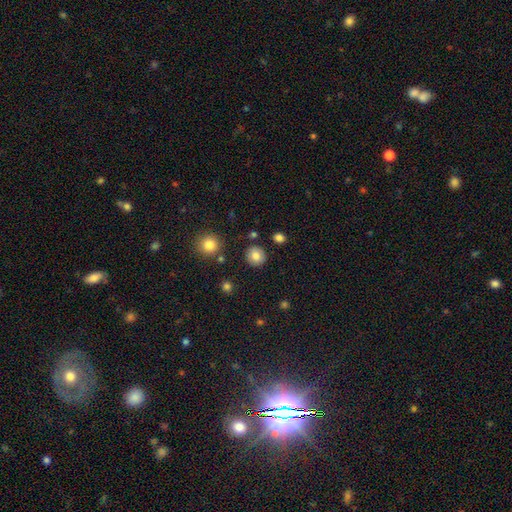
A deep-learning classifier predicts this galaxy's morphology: Smooth or featured: smooth — 83% (star or artifact — 10%)
How rounded: round — 91% (in between — 8%)
Merging: none — 88% (minor disturbance — 7%)